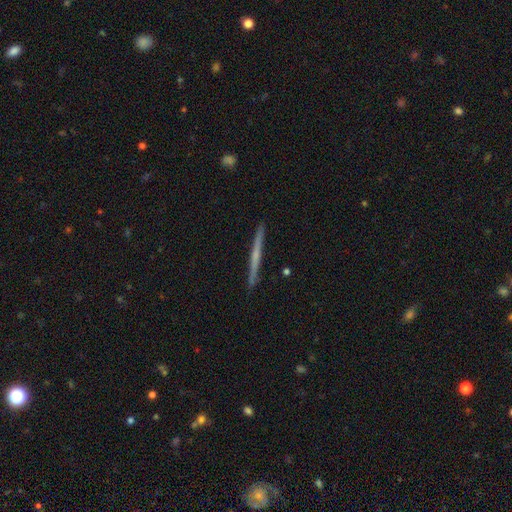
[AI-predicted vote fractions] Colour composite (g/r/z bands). It shows a featured or disk galaxy (66%) viewed edge-on (98%) with no central bulge (57%). Merging: none (92%).